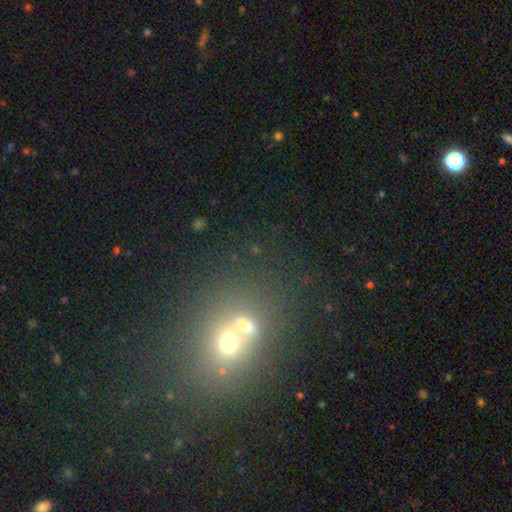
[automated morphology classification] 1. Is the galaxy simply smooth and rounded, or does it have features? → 44% smooth, 34% star or artifact, 22% featured or disk.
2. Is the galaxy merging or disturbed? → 54% merger, 35% none, 7% minor disturbance, 4% major disturbance.